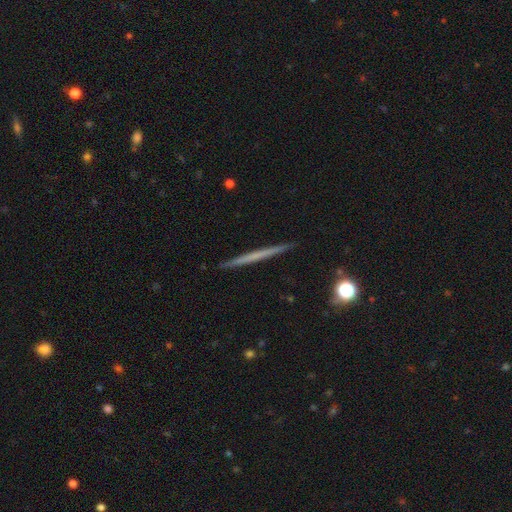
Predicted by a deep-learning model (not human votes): smooth_or_featured: featured or disk (p=0.54) [alt: smooth p=0.41]
disk_edge_on: yes (p=0.98) [alt: no p=0.02]
edge_on_bulge: none (p=0.92) [alt: rounded p=0.05]
merging: none (p=0.93) [alt: minor disturbance p=0.05]